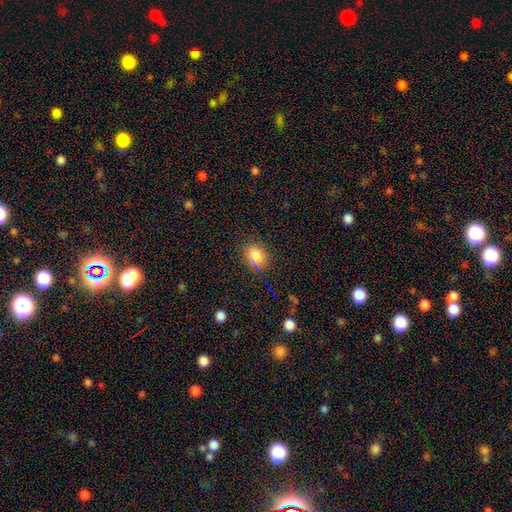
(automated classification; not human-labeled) Smooth or featured?
  - smooth: 80% *
  - star or artifact: 14%
  - featured or disk: 6%
How rounded?
  - in between: 55% *
  - round: 44%
  - cigar-shaped: 2%
Merging?
  - none: 83% *
  - minor disturbance: 12%
  - major disturbance: 3%
  - merger: 2%